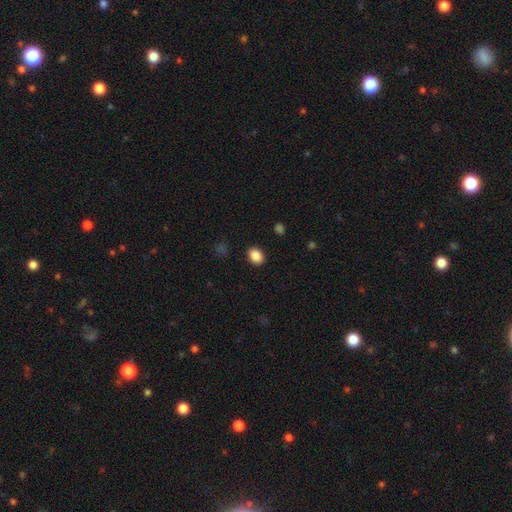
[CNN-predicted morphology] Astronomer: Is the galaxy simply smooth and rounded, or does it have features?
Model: smooth — 87%.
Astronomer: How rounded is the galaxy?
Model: in between — 65%.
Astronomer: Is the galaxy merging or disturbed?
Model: none — 90%.